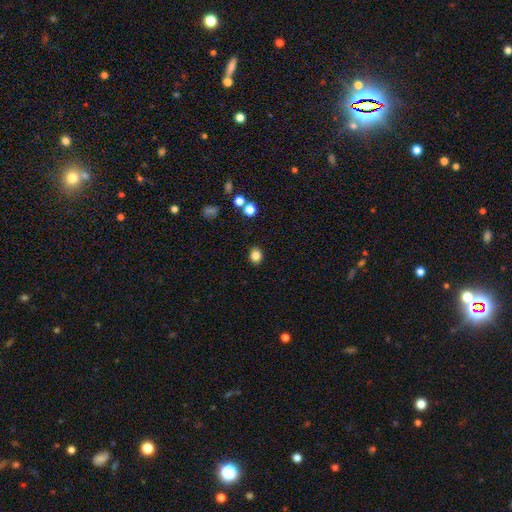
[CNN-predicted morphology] Overall: smooth (83%). How rounded: round (59%; in between 40%). Merging: none (89%).